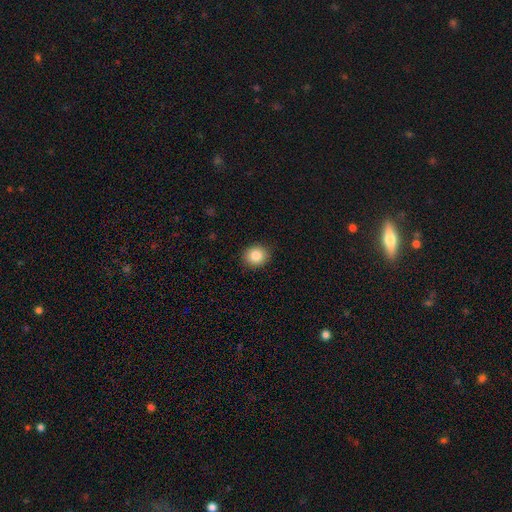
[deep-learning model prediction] A smooth galaxy with no disk features (85%) that is round (78%).

Vote fractions:
- Smooth or featured? smooth: 85% / star or artifact: 9% / featured or disk: 6%
- How rounded? round: 78% / in between: 21% / cigar-shaped: 1%
- Merging? none: 90% / minor disturbance: 7% / major disturbance: 2% / merger: 1%